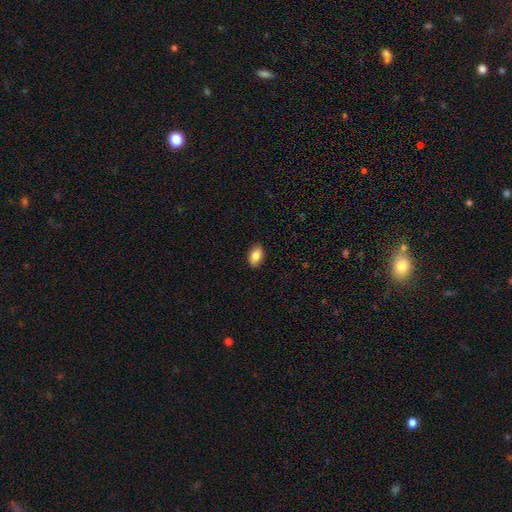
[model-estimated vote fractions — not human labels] Overall: smooth (86%). How rounded: in between (90%). Merging: none (88%).